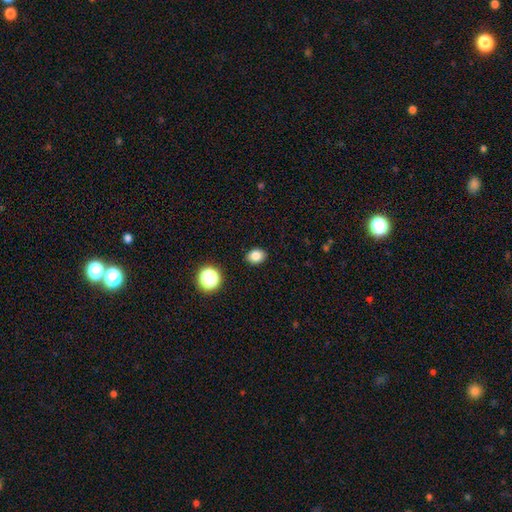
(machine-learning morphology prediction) smooth_or_featured: smooth (p=0.83) [alt: star or artifact p=0.11]
how_rounded: in between (p=0.58) [alt: round p=0.41]
merging: none (p=0.89) [alt: minor disturbance p=0.07]